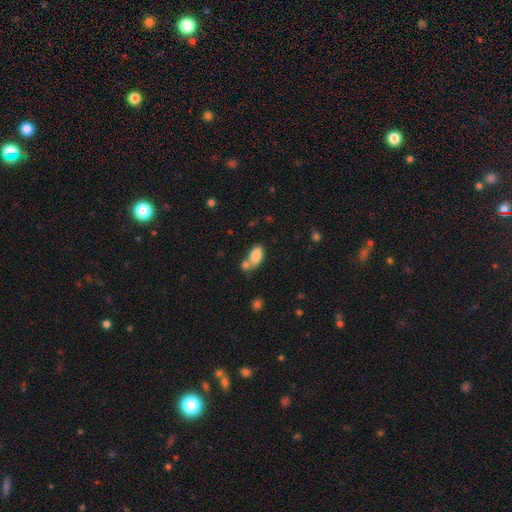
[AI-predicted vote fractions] A smooth galaxy with no disk features (83%) that is in between round and cigar-shaped (91%).

Vote fractions:
- Smooth or featured? smooth: 83% / featured or disk: 9% / star or artifact: 8%
- How rounded? in between: 91% / round: 7% / cigar-shaped: 2%
- Merging? merger: 46% / none: 36% / minor disturbance: 13% / major disturbance: 5%